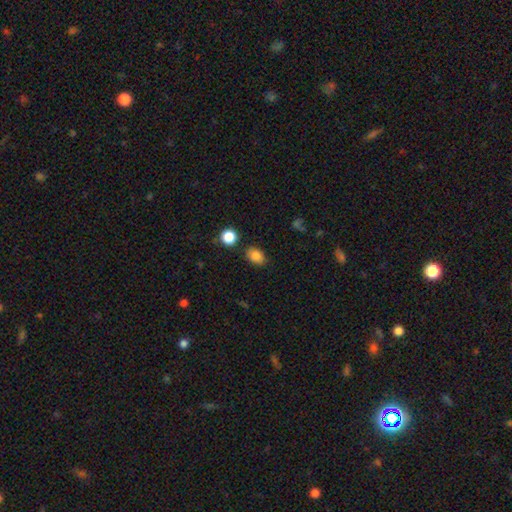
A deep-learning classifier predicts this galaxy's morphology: type=smooth (85%); roundness=in between (73%); merging=none (82%).